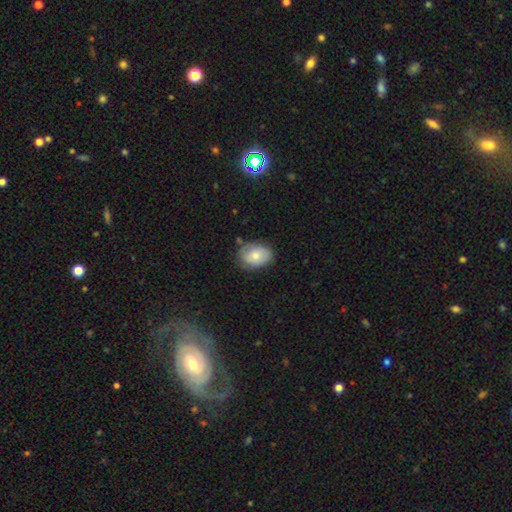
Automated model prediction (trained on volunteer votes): Smooth or featured?
  - smooth: 77% *
  - featured or disk: 16%
  - star or artifact: 7%
How rounded?
  - in between: 74% *
  - round: 25%
  - cigar-shaped: 1%
Merging?
  - none: 72% *
  - minor disturbance: 20%
  - major disturbance: 4%
  - merger: 3%